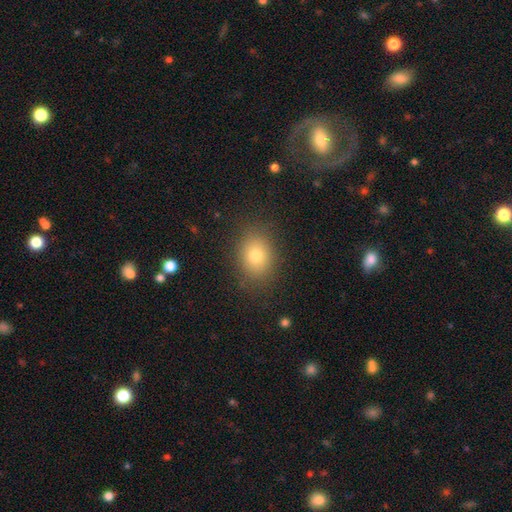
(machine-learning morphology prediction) This appears to be a smooth galaxy with no disk features (77%) that is in between round and cigar-shaped (56%). Merging: none (85%).